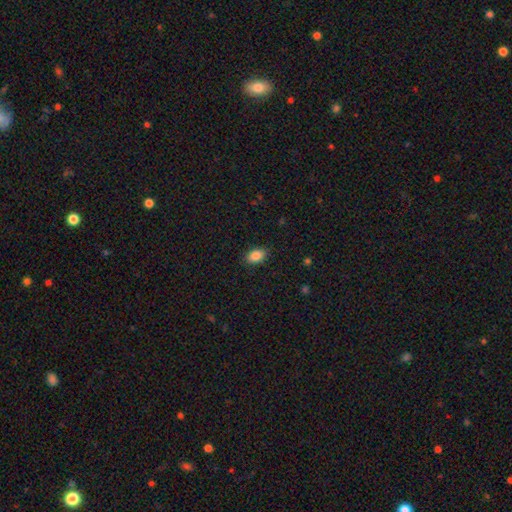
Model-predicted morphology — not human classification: smooth 86%, star or artifact 8%, featured or disk 6%. Down the decision tree: how rounded — in between (86%); merging — none (86%).